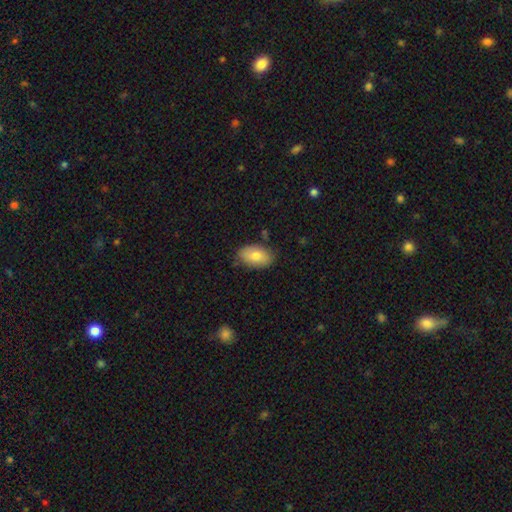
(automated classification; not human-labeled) The model was most divided on "smooth or featured": smooth: 77%, featured or disk: 17%, star or artifact: 7%. More confident: how rounded — in between (92%); merging — none (81%).